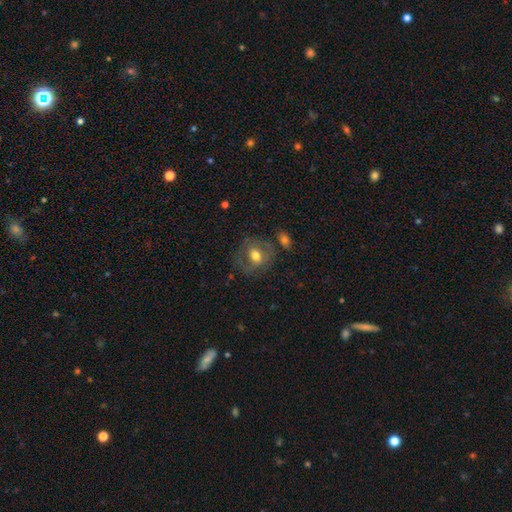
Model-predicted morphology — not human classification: Smooth or featured? featured or disk (46%, tied with smooth)
Merging? none (68%)